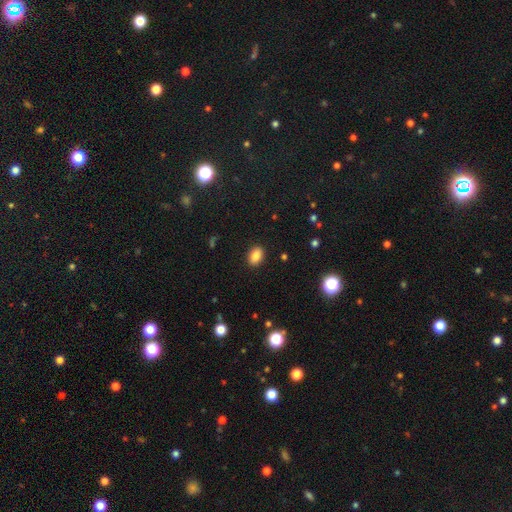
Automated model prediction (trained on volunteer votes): The model was most divided on "how rounded": in between: 84%, round: 15%, cigar-shaped: 2%. More confident: merging — none (89%); smooth or featured — smooth (85%).